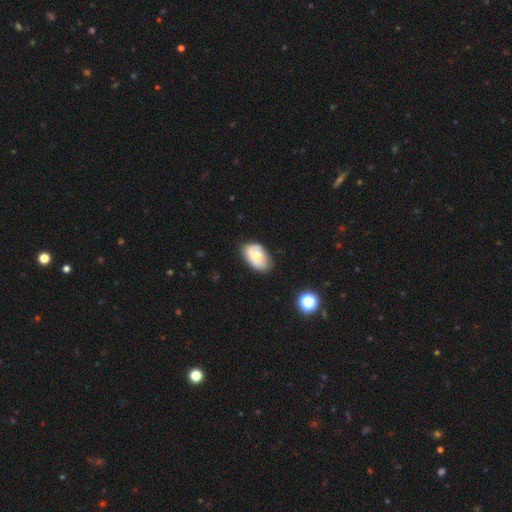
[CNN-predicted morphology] Smooth or featured?
  - smooth: 56% *
  - featured or disk: 36%
  - star or artifact: 8%
How rounded?
  - in between: 90% *
  - round: 9%
  - cigar-shaped: 1%
Merging?
  - none: 70% *
  - minor disturbance: 22%
  - major disturbance: 5%
  - merger: 2%